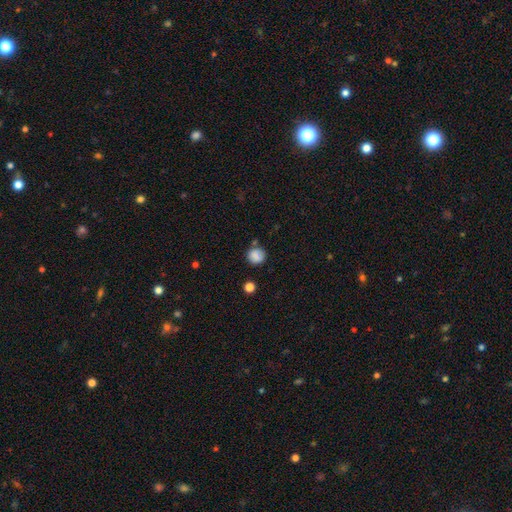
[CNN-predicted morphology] Smooth or featured? Predicted: smooth (p=0.86). How rounded? Predicted: round (p=0.91). Merging? Predicted: none (p=0.77).